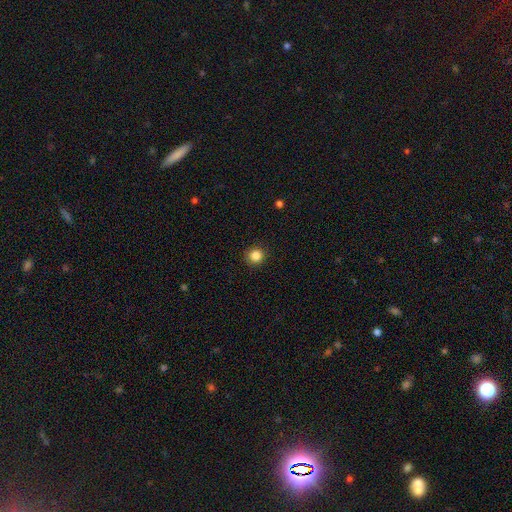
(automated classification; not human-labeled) Q: Smooth or featured?
A: smooth (85%); runner-up: star or artifact (11%)
Q: How rounded?
A: round (92%); runner-up: in between (7%)
Q: Merging?
A: none (91%); runner-up: minor disturbance (6%)